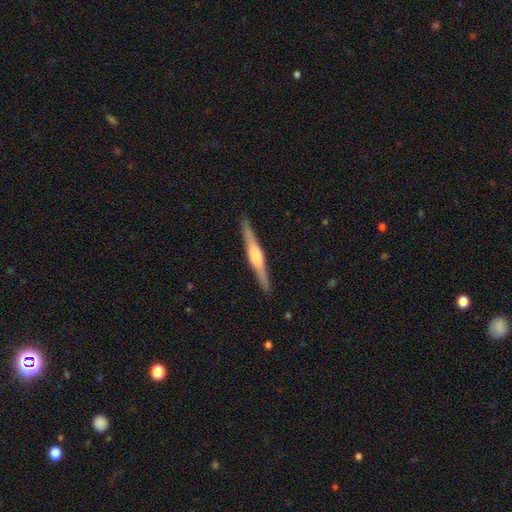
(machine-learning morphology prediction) Smooth or featured? featured or disk (72%)
Edge-on disk? yes (98%)
Edge-on bulge? rounded (70%)
Merging? none (91%)